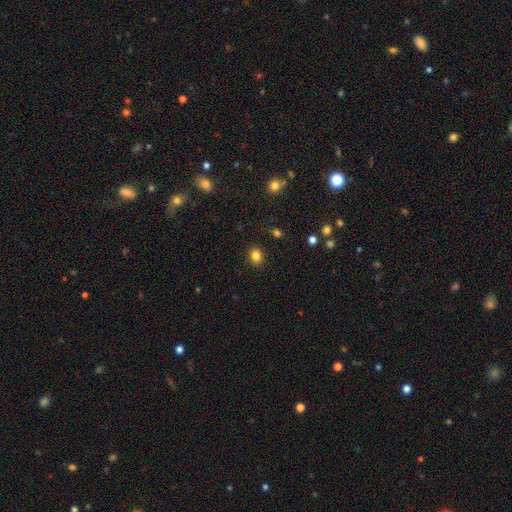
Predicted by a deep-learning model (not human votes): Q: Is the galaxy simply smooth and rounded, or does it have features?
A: smooth — 83%.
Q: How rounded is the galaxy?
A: round — 66%.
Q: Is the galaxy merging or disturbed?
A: none — 88%.